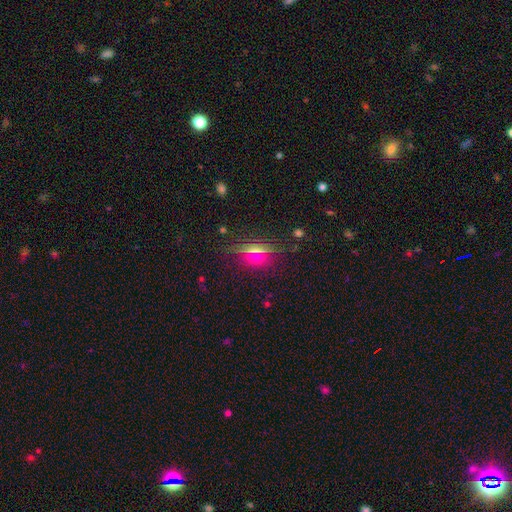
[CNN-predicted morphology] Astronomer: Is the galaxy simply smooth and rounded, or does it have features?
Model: smooth — 56% (runner-up: star or artifact, 31%).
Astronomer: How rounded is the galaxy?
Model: in between — 48% (runner-up: round, 46%).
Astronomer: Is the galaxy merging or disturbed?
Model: none — 79%.